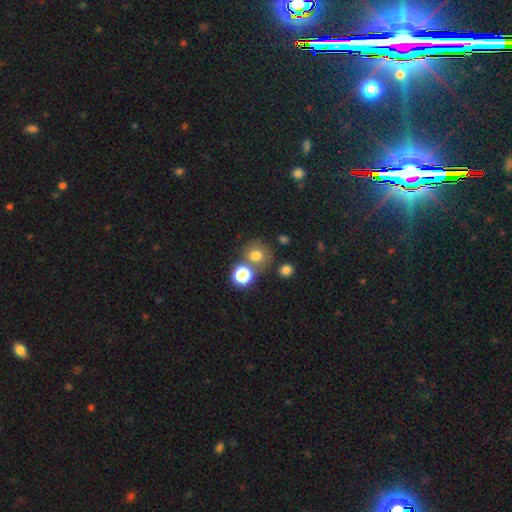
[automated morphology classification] Smooth or featured? smooth (72%)
How rounded? round (82%)
Merging? none (63%)